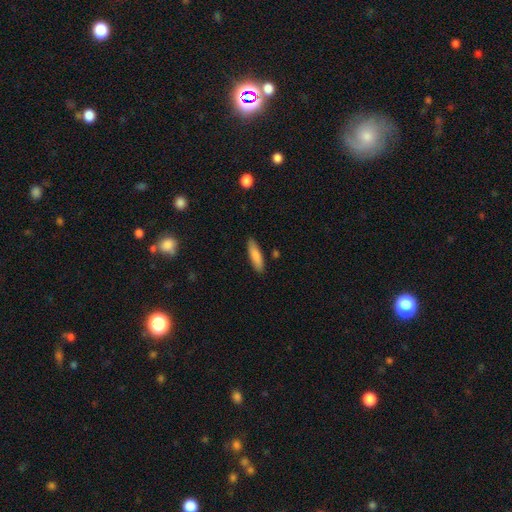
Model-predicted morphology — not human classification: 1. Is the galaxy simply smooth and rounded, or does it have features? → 83% smooth, 11% featured or disk, 6% star or artifact.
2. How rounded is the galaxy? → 63% cigar-shaped, 35% in between, 2% round.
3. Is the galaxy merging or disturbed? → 87% none, 9% minor disturbance, 2% major disturbance, 2% merger.